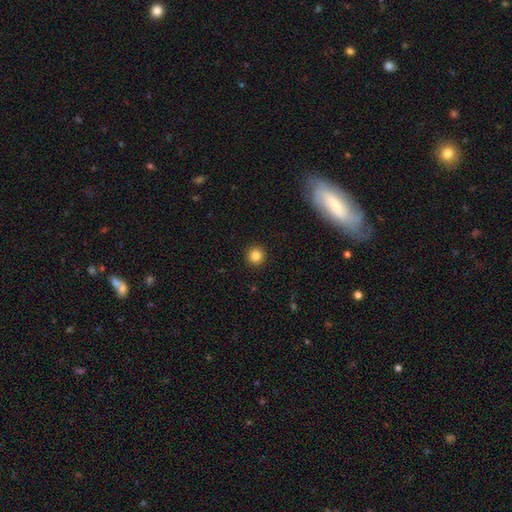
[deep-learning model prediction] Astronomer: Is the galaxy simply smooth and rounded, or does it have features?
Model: smooth — 83%.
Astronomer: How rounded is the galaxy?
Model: round — 96%.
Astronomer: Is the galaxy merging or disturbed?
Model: none — 93%.